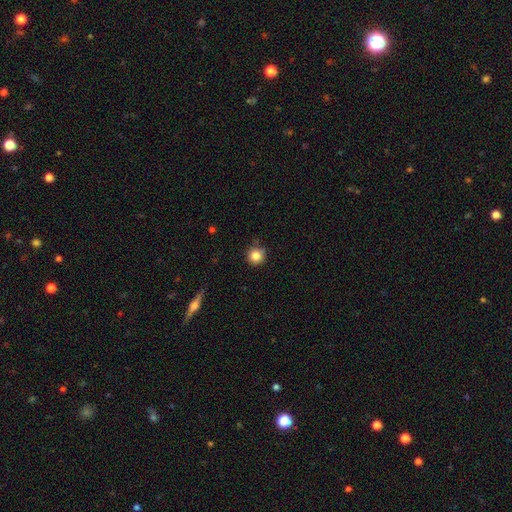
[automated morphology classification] This is clearly a smooth galaxy (83%). How rounded: clearly round (94%). Merging: clearly none (84%).